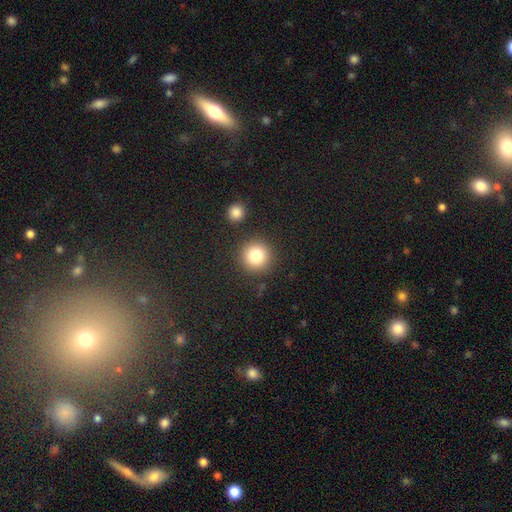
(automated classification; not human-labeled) Smooth or featured? smooth (81%)
How rounded? round (95%)
Merging? none (87%)